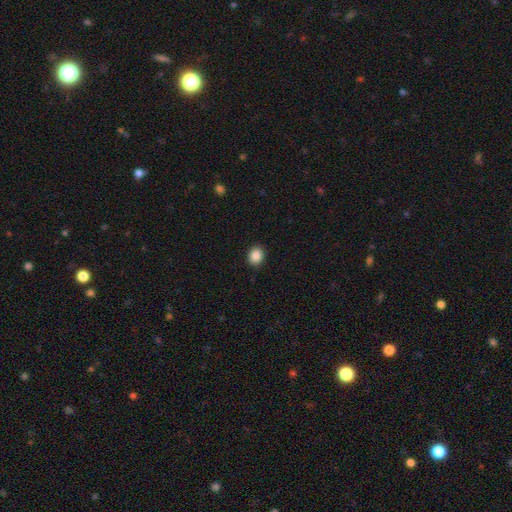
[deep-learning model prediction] Overall: smooth (87%). How rounded: round (54%; in between 45%). Merging: none (91%).